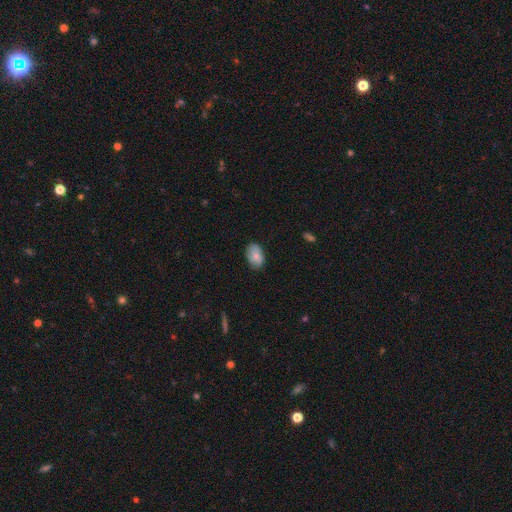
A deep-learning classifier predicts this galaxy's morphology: The model was most divided on "merging": none: 77%, minor disturbance: 19%, major disturbance: 3%, merger: 1%. More confident: how rounded — in between (89%); smooth or featured — smooth (80%).